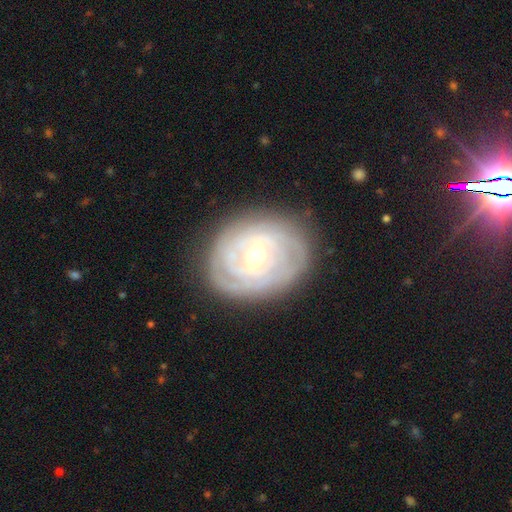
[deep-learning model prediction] This is clearly a featured or disk galaxy (84%). It is clearly not viewed edge-on (96%). Bar: marginally no (44%). Spiral arm pattern: clearly yes (91%). Spiral arm count: marginally can't tell (40%). Spiral winding: clearly tight (81%). Central bulge: likely moderate (67%). Merging: clearly none (80%).